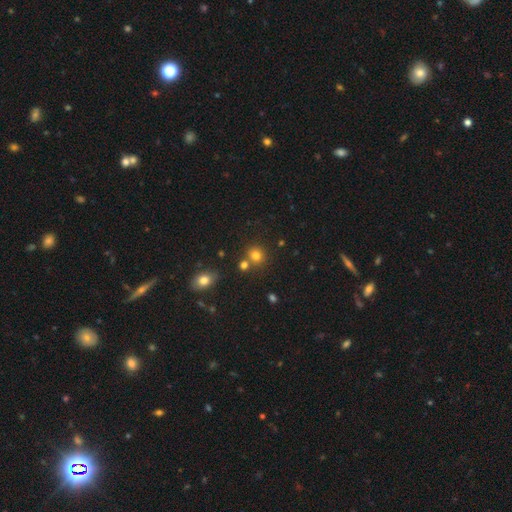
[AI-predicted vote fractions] The model was most divided on "merging": none: 71%, merger: 17%, minor disturbance: 9%, major disturbance: 3%. More confident: how rounded — round (84%); smooth or featured — smooth (78%).